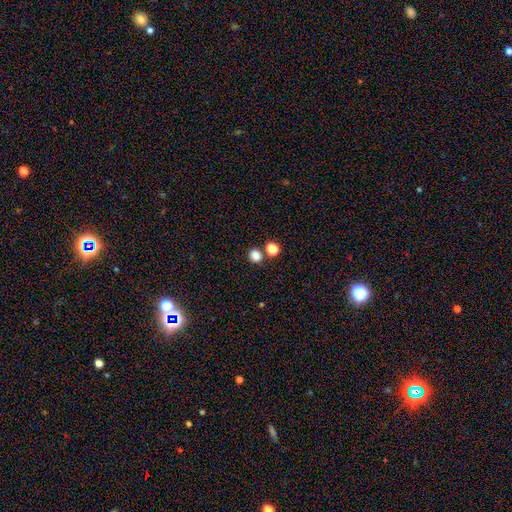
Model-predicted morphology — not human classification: Smooth or featured: smooth — 83% (star or artifact — 13%)
How rounded: round — 71% (in between — 28%)
Merging: none — 74% (merger — 16%)